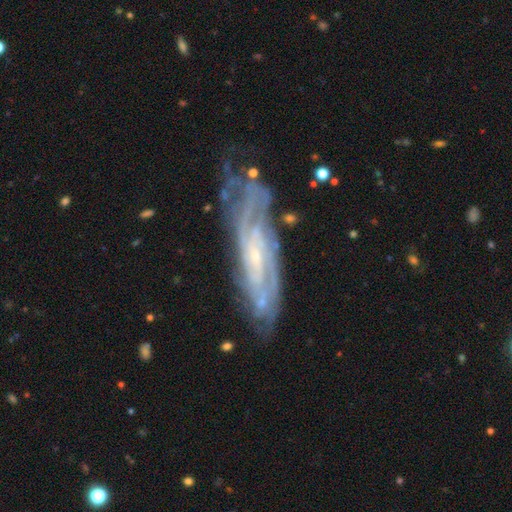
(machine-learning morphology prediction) Smooth or featured? Predicted: featured or disk (p=0.84). Edge-on disk? Predicted: no (p=0.79). Bar? Predicted: no (p=0.56). Spiral arms? Predicted: yes (p=0.94). Spiral winding? Predicted: tight (p=0.63). Spiral arm count? Predicted: can't tell (p=0.43). Bulge size? Predicted: small (p=0.76). Merging? Predicted: none (p=0.67).